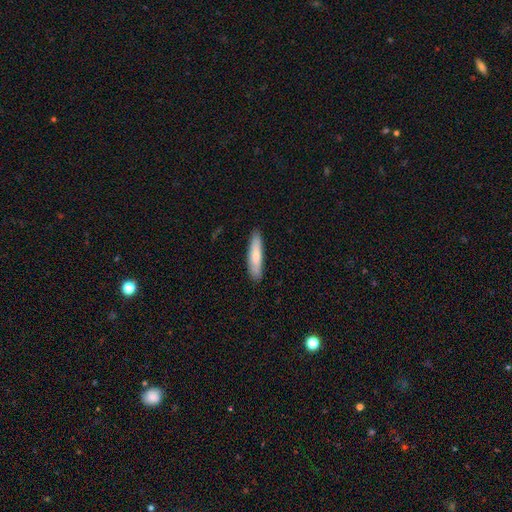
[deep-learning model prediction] Smooth or featured? Predicted: smooth (p=0.74). How rounded? Predicted: cigar-shaped (p=0.82). Merging? Predicted: none (p=0.87).